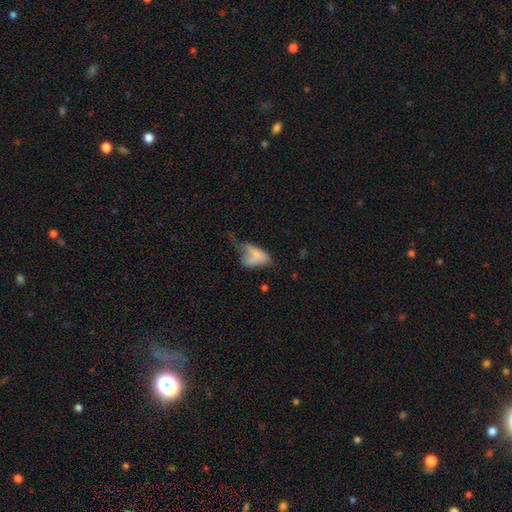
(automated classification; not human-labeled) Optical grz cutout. It shows a smooth galaxy with no disk features (64%) that is in between round and cigar-shaped (88%). Merging: major disturbance (48%).